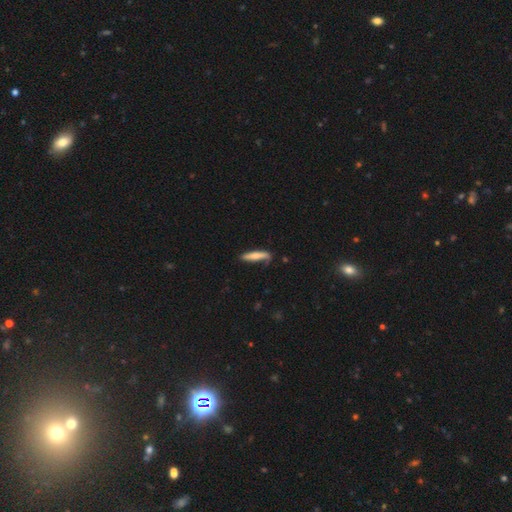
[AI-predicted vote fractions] The model was most divided on "merging": none: 63%, minor disturbance: 26%, major disturbance: 8%, merger: 3%. More confident: how rounded — cigar-shaped (84%); smooth or featured — smooth (69%).